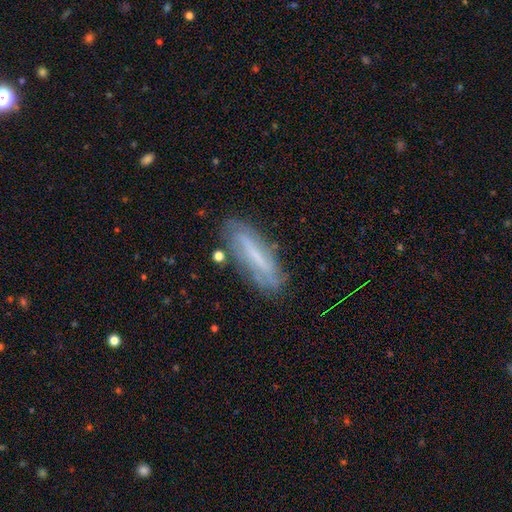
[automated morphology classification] Smooth or featured: featured or disk — 52% (smooth — 38%)
Edge-on disk: no — 54% (yes — 46%)
Merging: none — 74% (minor disturbance — 18%)